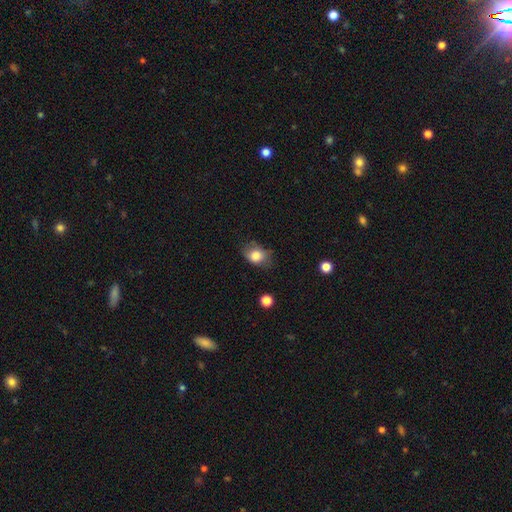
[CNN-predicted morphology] smooth 79%, featured or disk 12%, star or artifact 9%. Down the decision tree: how rounded — in between (67%); merging — none (58%).